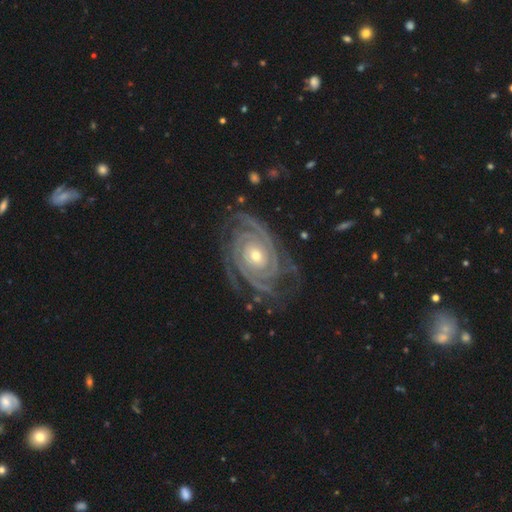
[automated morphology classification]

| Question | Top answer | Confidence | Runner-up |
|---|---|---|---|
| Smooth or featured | featured or disk | 93% | star or artifact (4%) |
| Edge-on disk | no | 97% | yes (3%) |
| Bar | no | 73% | weak (17%) |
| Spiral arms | yes | 99% | no (1%) |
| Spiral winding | tight | 84% | medium (14%) |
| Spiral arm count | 2 | 39% | 3 (24%) |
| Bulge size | moderate | 51% | small (46%) |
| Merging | none | 76% | minor disturbance (16%) |